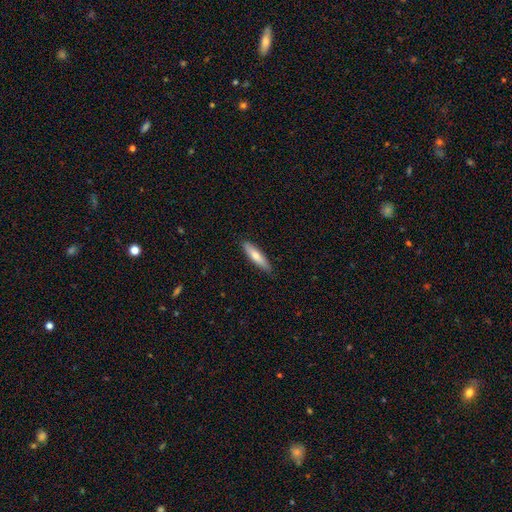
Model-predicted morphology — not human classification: A smooth galaxy with no disk features (66%) that is cigar-shaped (79%). Merging: none (88%).